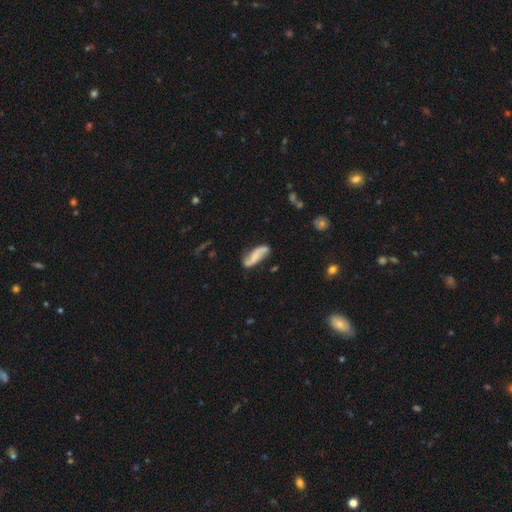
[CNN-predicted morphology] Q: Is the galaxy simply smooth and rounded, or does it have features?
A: featured or disk — 65%.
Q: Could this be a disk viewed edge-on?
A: no — 91%.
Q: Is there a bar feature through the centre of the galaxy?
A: no — 48%.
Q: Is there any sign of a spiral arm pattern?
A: yes — 92%.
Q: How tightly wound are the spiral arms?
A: loose — 75%.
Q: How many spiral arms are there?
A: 2 — 91%.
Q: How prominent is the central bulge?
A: none — 53%.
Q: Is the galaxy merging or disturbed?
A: none — 69%.